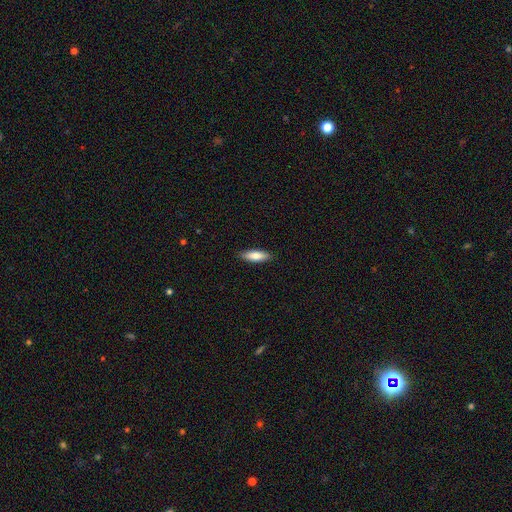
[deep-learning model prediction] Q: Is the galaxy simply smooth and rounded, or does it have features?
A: smooth — 80%.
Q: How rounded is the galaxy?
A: in between — 55%.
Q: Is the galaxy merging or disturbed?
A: none — 89%.